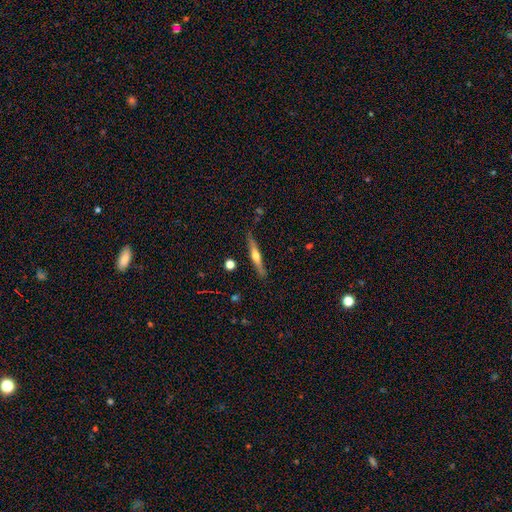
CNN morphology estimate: Smooth or featured: featured or disk — 60% (smooth — 33%)
Edge-on disk: yes — 96% (no — 4%)
Edge-on bulge: rounded — 84% (none — 10%)
Merging: none — 84% (minor disturbance — 12%)